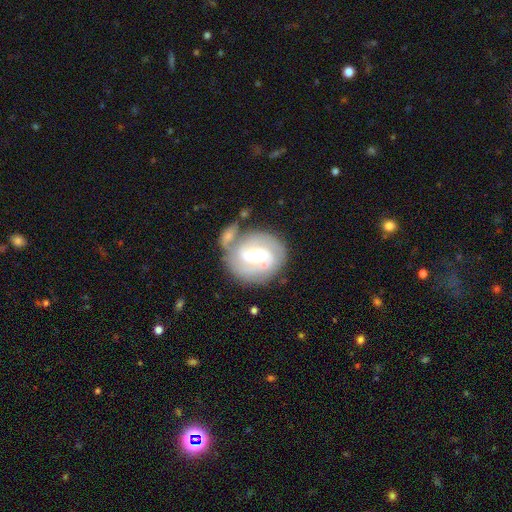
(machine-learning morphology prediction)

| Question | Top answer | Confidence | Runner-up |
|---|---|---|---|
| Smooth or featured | featured or disk | 81% | smooth (14%) |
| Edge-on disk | no | 97% | yes (3%) |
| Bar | weak | 49% | strong (34%) |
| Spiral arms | yes | 92% | no (8%) |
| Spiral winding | tight | 47% | medium (40%) |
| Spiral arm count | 2 | 70% | can't tell (12%) |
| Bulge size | moderate | 69% | small (16%) |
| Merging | none | 52% | merger (24%) |